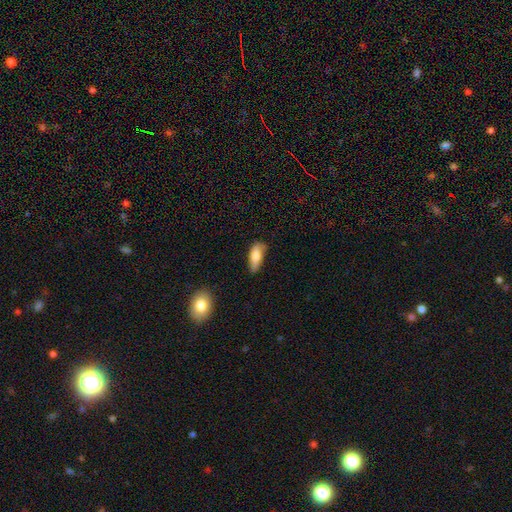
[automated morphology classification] type=smooth (80%); roundness=in between (78%); merging=none (55%).